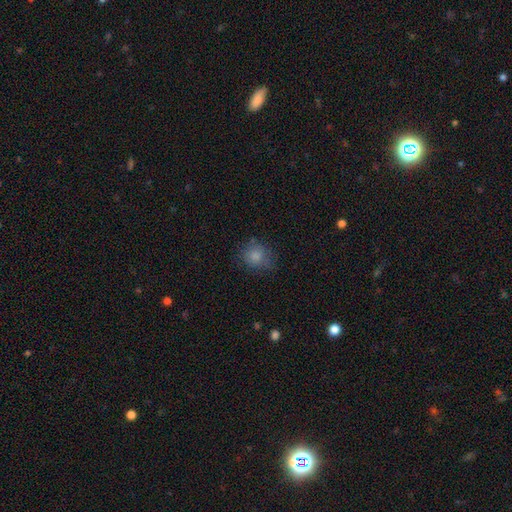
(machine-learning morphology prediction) Smooth or featured? smooth (82%)
How rounded? round (80%)
Merging? none (66%)